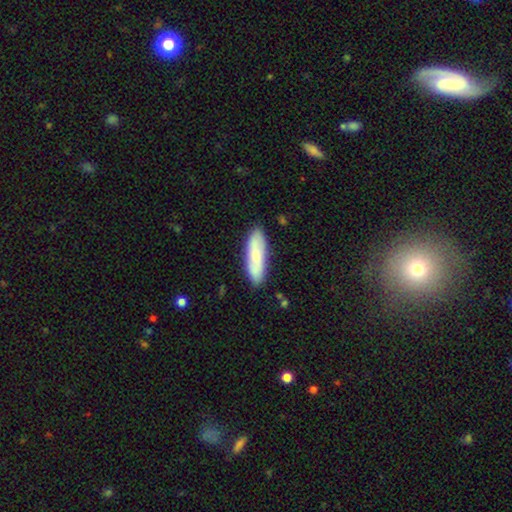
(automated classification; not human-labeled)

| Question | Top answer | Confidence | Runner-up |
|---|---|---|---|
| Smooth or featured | smooth | 67% | featured or disk (27%) |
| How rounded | cigar-shaped | 53% | in between (45%) |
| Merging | none | 86% | minor disturbance (10%) |